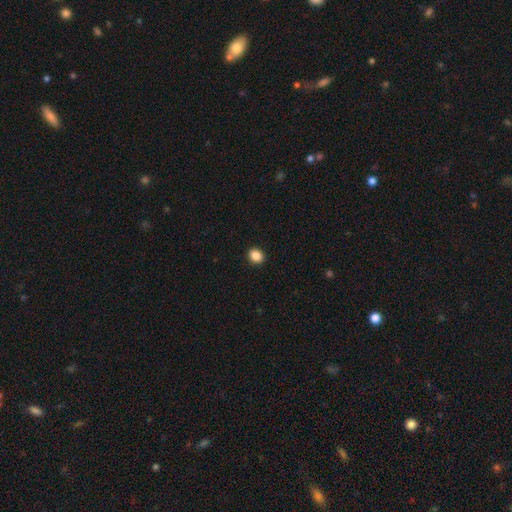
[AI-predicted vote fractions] smooth-or-featured: smooth: 87% | star or artifact: 9% | featured or disk: 3%
  how-rounded: round: 56% | in between: 43% | cigar-shaped: 1%
  merging: none: 92% | minor disturbance: 5% | major disturbance: 2% | merger: 1%